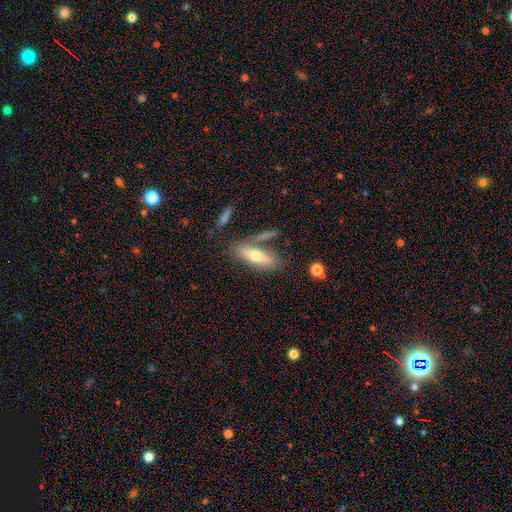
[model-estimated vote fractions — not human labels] The model was most divided on "how rounded": in between: 55%, cigar-shaped: 43%, round: 2%. More confident: merging — none (65%); smooth or featured — smooth (60%).